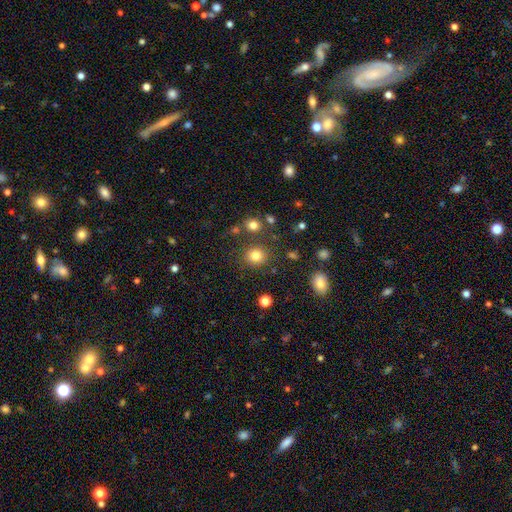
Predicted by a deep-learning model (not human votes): This appears to be a smooth galaxy with no disk features (81%) that is round (88%). Merging: none (84%).